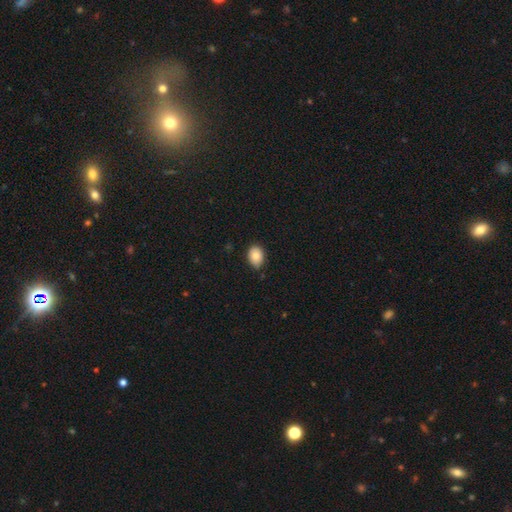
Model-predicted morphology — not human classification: smooth_or_featured: smooth (p=0.85) [alt: star or artifact p=0.08]
how_rounded: in between (p=0.74) [alt: round p=0.25]
merging: none (p=0.80) [alt: minor disturbance p=0.16]